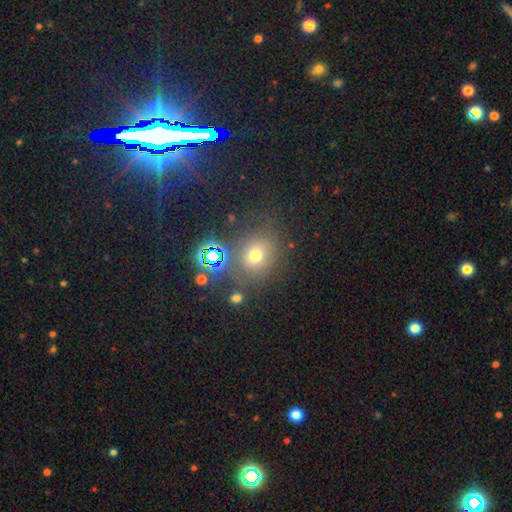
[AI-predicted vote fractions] Smooth or featured? smooth (65%)
How rounded? round (68%)
Merging? none (72%)